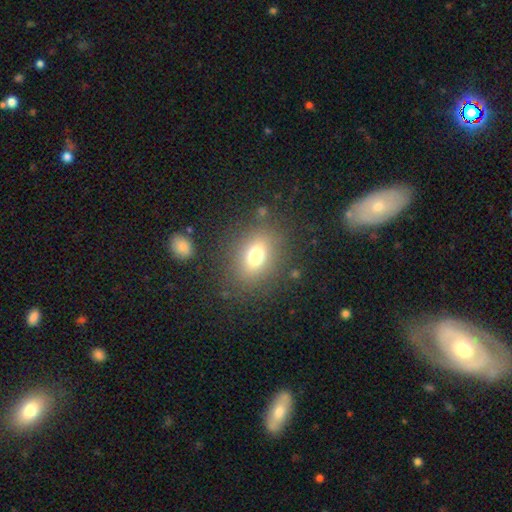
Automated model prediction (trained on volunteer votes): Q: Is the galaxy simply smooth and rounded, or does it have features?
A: smooth — 71%.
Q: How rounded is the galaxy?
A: in between — 55%.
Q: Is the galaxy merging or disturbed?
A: none — 81%.